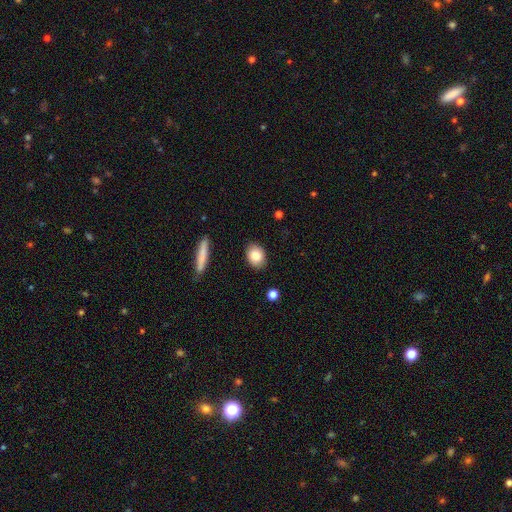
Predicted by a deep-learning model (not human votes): This appears to be a smooth galaxy with no disk features (83%) that is in between round and cigar-shaped (65%). Merging: none (87%).